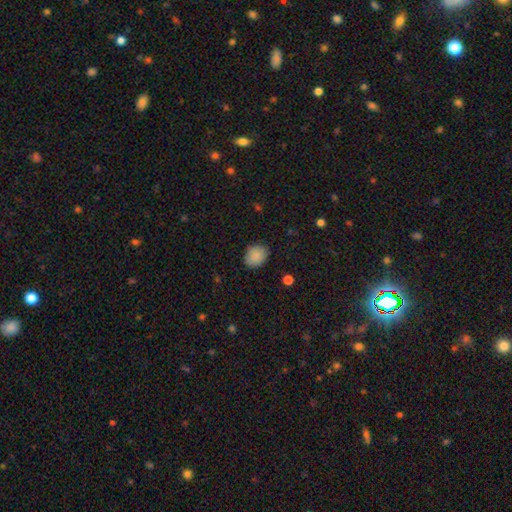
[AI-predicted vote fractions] The model was most divided on "how rounded": in between: 54%, round: 45%, cigar-shaped: 1%. More confident: smooth or featured — smooth (88%); merging — none (84%).